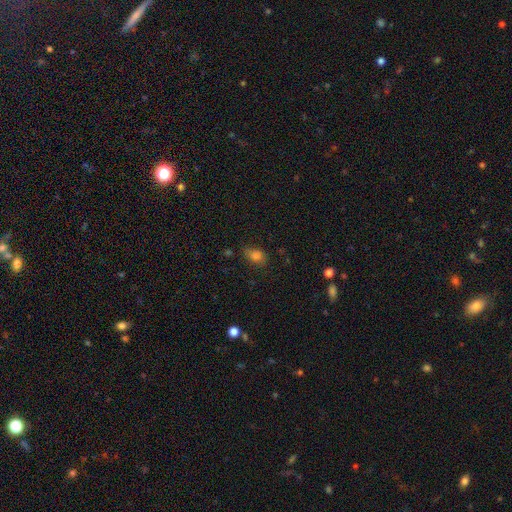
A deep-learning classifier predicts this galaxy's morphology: Smooth or featured: smooth — 79% (star or artifact — 14%)
How rounded: in between — 80% (round — 18%)
Merging: none — 63% (minor disturbance — 27%)